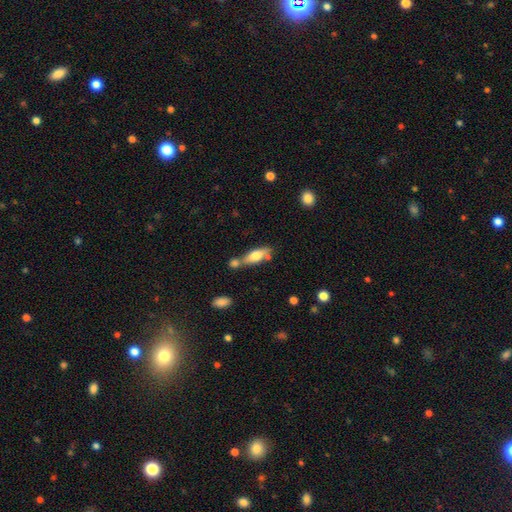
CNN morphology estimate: The model was most divided on "how rounded": in between: 60%, cigar-shaped: 38%, round: 3%. More confident: smooth or featured — smooth (65%); merging — none (53%).